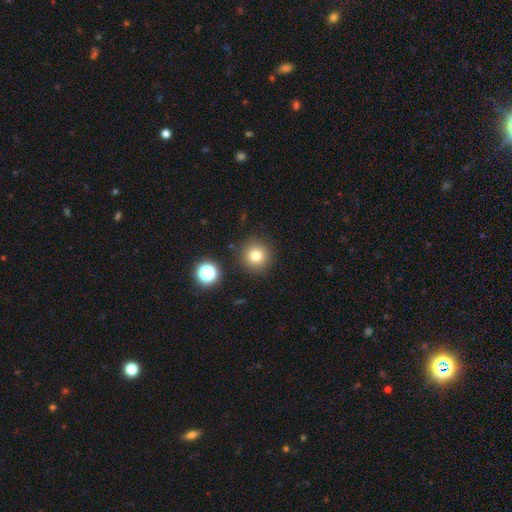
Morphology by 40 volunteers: Q: Smooth or featured?
A: smooth (80%); runner-up: star or artifact (12%)
Q: How rounded?
A: round (100%)
Q: Merging?
A: none (89%); runner-up: major disturbance (6%)